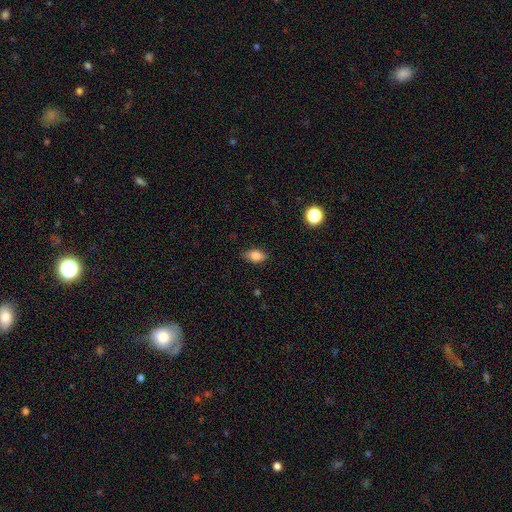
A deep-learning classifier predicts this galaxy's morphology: smooth_or_featured: smooth (p=0.80) [alt: featured or disk p=0.12]
how_rounded: in between (p=0.84) [alt: cigar-shaped p=0.08]
merging: none (p=0.83) [alt: minor disturbance p=0.14]